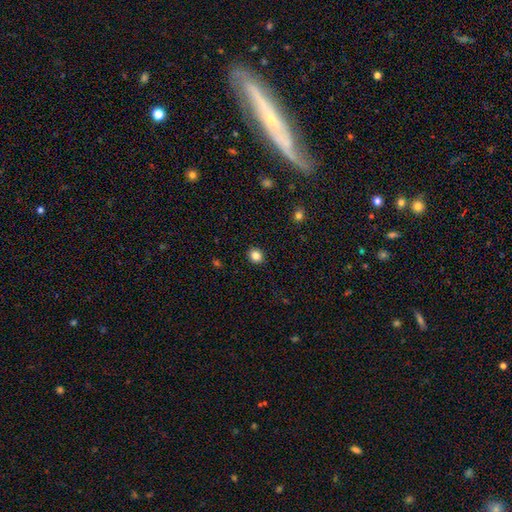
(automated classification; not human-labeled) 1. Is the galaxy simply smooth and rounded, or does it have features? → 85% smooth, 11% star or artifact, 5% featured or disk.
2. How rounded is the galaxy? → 73% round, 26% in between, 1% cigar-shaped.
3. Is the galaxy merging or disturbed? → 91% none, 6% minor disturbance, 2% major disturbance, 1% merger.